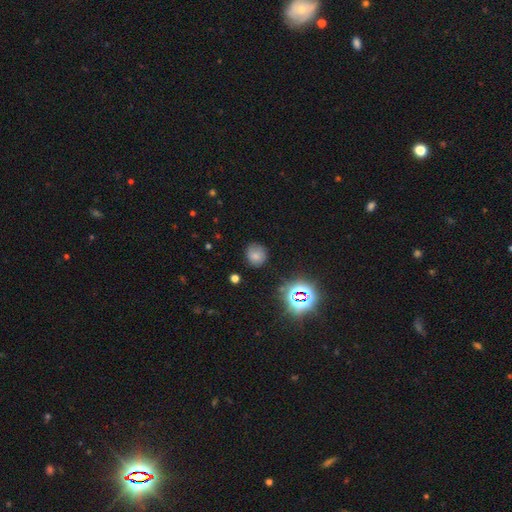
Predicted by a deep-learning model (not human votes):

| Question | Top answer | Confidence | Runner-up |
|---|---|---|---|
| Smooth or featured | smooth | 70% | star or artifact (20%) |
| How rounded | round | 82% | in between (17%) |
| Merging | none | 79% | minor disturbance (15%) |